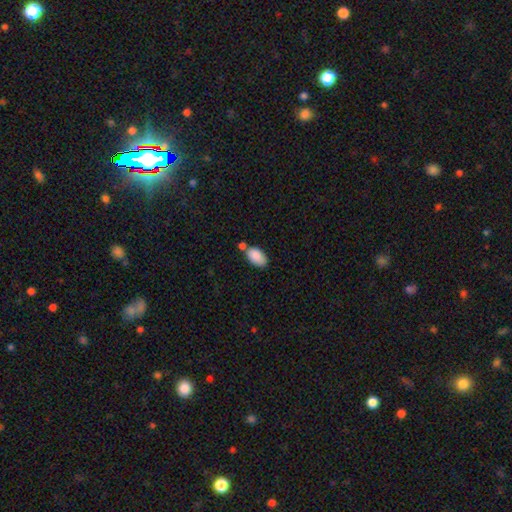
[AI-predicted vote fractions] This appears to be a smooth galaxy with no disk features (87%) that is in between round and cigar-shaped (95%). Merging: none (57%).